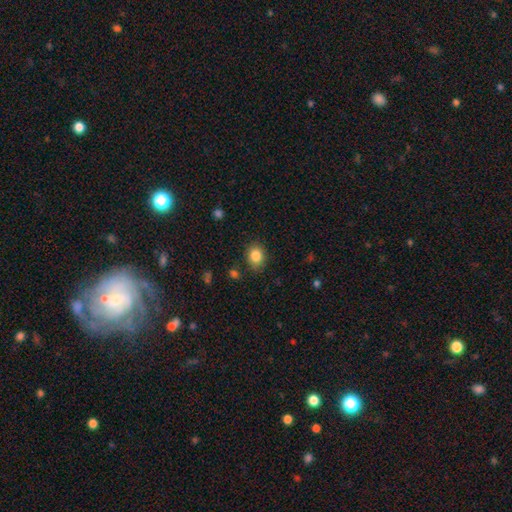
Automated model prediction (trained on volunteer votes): Overall: smooth (85%). How rounded: round (51%; in between 48%). Merging: none (81%).